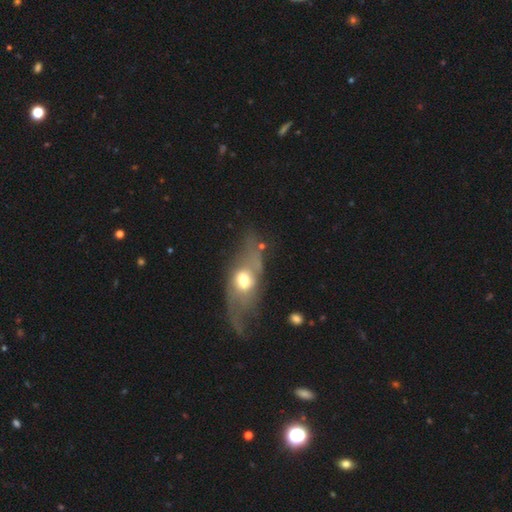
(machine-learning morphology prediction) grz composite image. It shows a featured or disk galaxy (64%). Merging: none (60%).